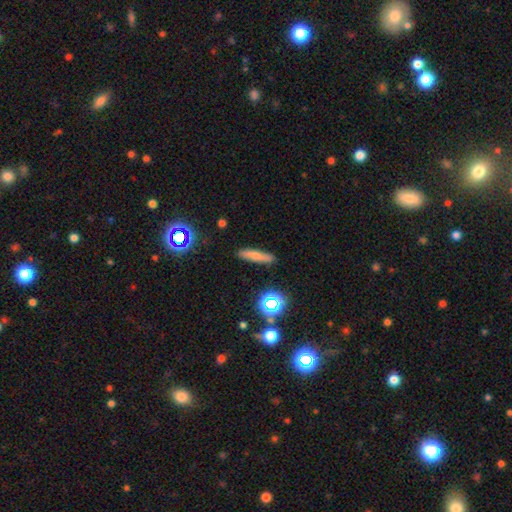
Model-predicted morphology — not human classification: Overall: smooth (66%). How rounded: cigar-shaped (78%). Merging: none (85%).